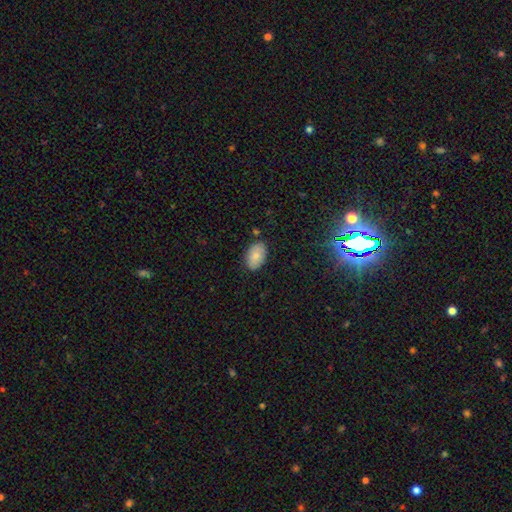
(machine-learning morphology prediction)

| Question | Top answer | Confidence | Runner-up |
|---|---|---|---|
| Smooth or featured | smooth | 81% | featured or disk (12%) |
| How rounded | in between | 92% | round (6%) |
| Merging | none | 84% | minor disturbance (11%) |